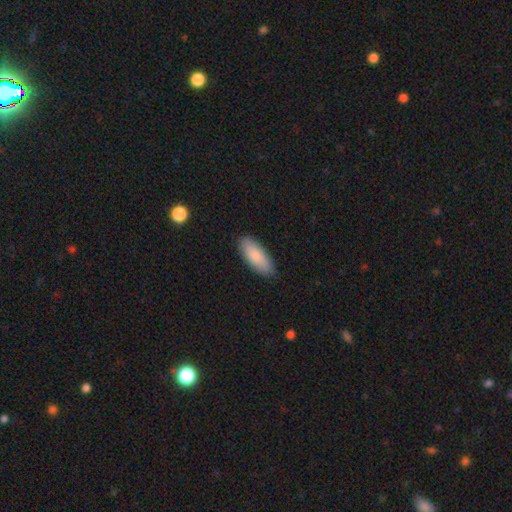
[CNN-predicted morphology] This is clearly a smooth galaxy (86%). How rounded: likely in between (78%). Merging: clearly none (87%).